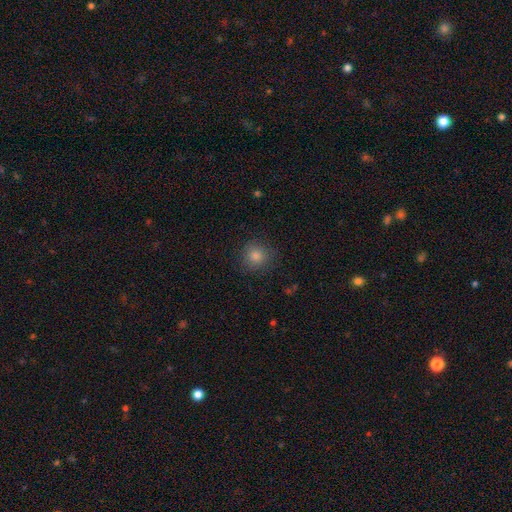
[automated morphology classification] Smooth or featured? smooth (80%)
How rounded? round (91%)
Merging? none (88%)